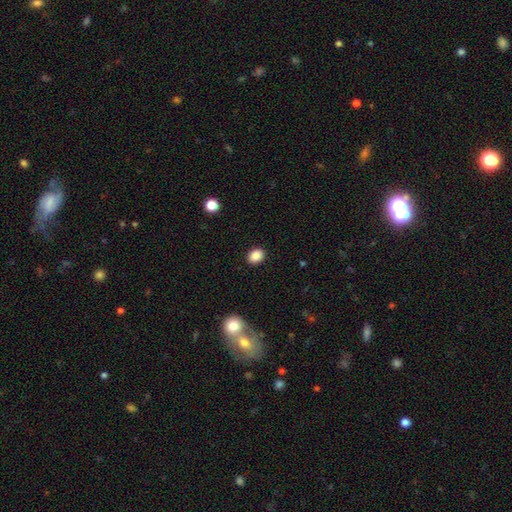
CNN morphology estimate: smooth_or_featured: smooth (p=0.88) [alt: star or artifact p=0.09]
how_rounded: in between (p=0.64) [alt: round p=0.35]
merging: none (p=0.90) [alt: minor disturbance p=0.07]